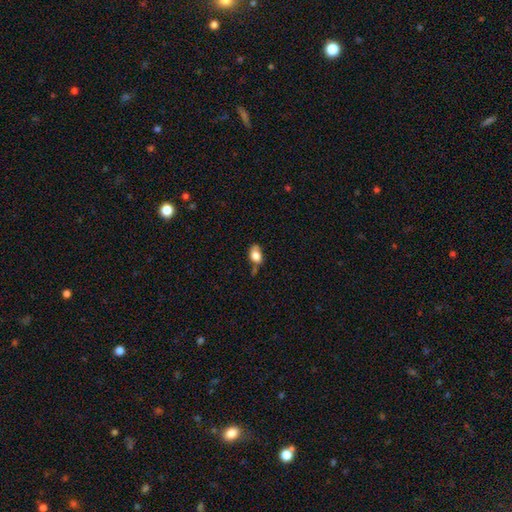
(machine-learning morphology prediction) This appears to be a smooth galaxy with no disk features (80%) that is in between round and cigar-shaped (82%). Merging: none (49%).